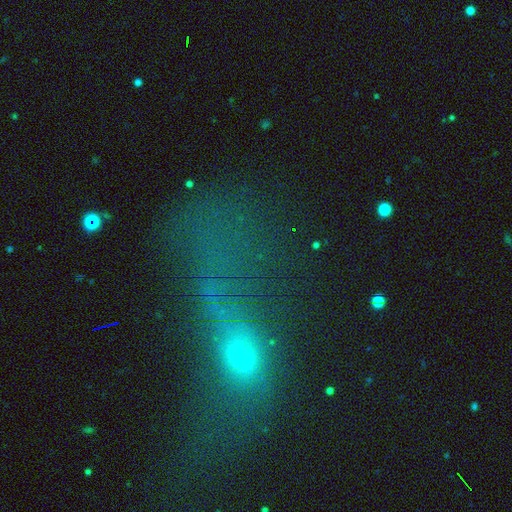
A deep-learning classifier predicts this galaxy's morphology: Smooth or featured?
  - smooth: 39% *
  - featured or disk: 33%
  - star or artifact: 27%
Merging?
  - major disturbance: 42% *
  - merger: 25%
  - none: 21%
  - minor disturbance: 12%